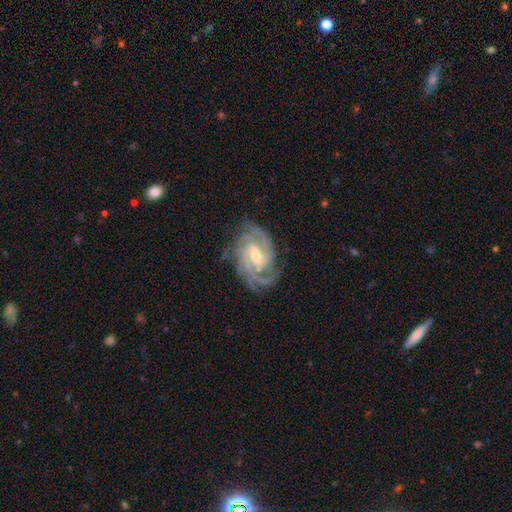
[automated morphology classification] This is clearly a featured or disk galaxy (91%). It is clearly not viewed edge-on (97%). Bar: possibly weak (55%). Spiral arm pattern: clearly yes (98%). Spiral arm count: marginally 3 (33%). Spiral winding: likely tight (63%). Central bulge: possibly moderate (50%). Merging: likely none (75%).